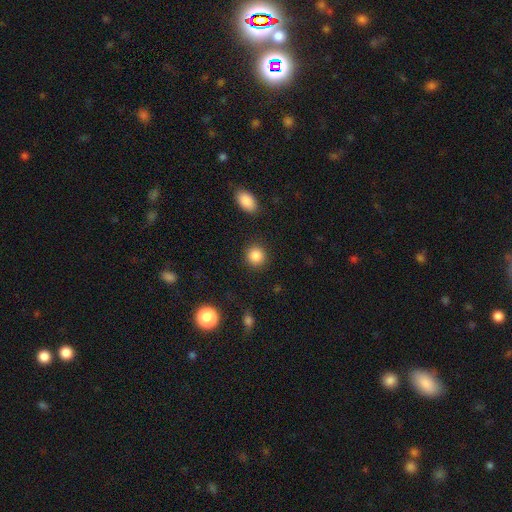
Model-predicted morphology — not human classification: smooth_or_featured: smooth (p=0.87) [alt: star or artifact p=0.09]
how_rounded: round (p=0.89) [alt: in between p=0.10]
merging: none (p=0.89) [alt: minor disturbance p=0.06]